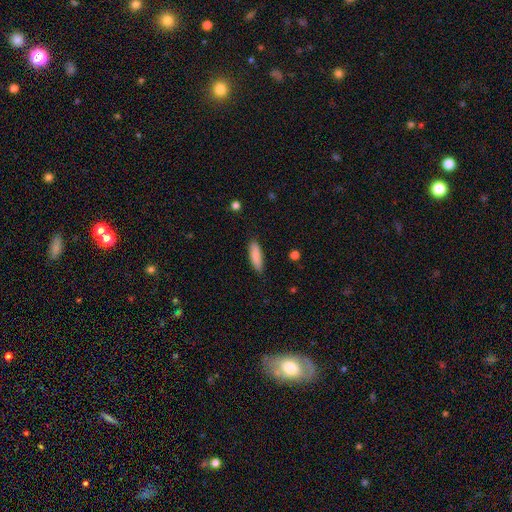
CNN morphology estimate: This appears to be a smooth galaxy with no disk features (87%) that is cigar-shaped (55%). Merging: none (85%).